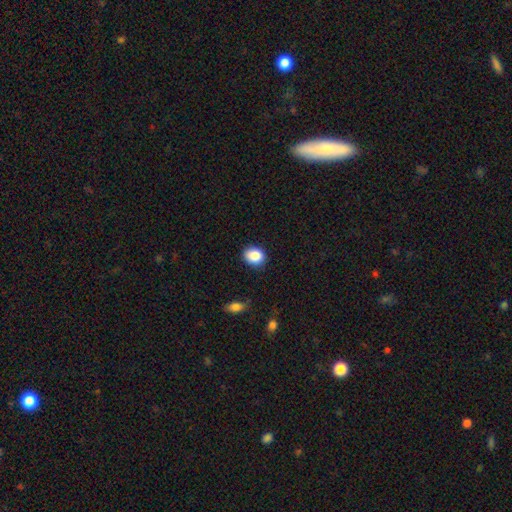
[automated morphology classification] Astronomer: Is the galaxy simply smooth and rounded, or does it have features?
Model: smooth — 87%.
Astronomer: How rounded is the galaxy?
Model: round — 52% (runner-up: in between, 47%).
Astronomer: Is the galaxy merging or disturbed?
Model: none — 88%.